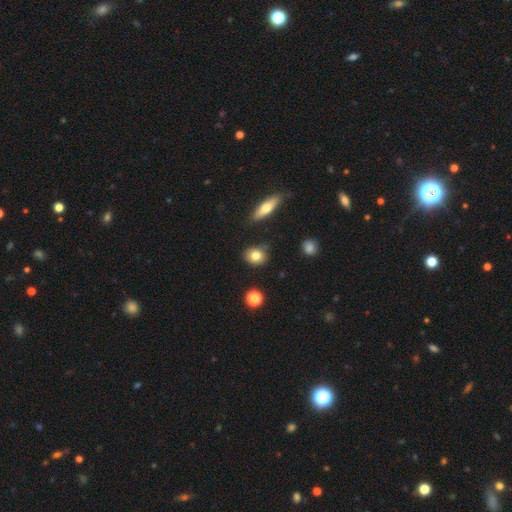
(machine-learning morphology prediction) Overall: smooth (81%). How rounded: round (60%; in between 38%). Merging: none (81%).